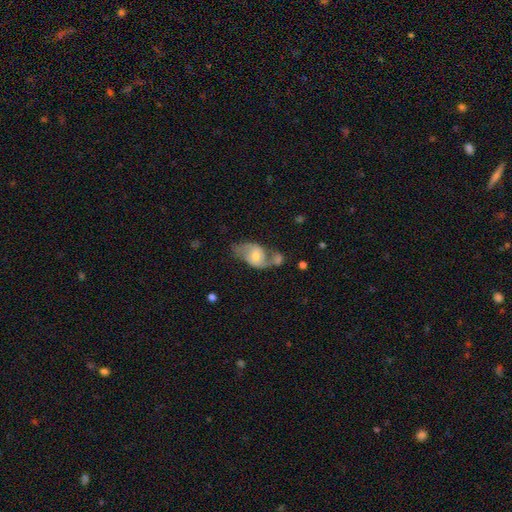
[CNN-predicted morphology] This appears to be a featured or disk galaxy (66%) with no bar (44%), 2 (83%) loose (43%) spiral arms (84%) and a moderate central bulge (49%). Merging: none (39%).